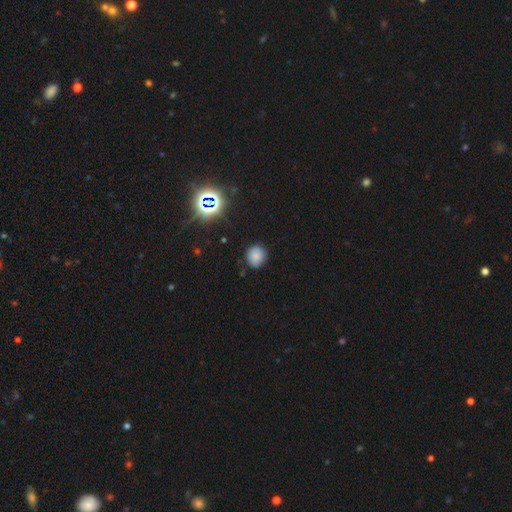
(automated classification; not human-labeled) smooth-or-featured: smooth: 76% | star or artifact: 15% | featured or disk: 9%
  how-rounded: round: 84% | in between: 15% | cigar-shaped: 1%
  merging: none: 83% | minor disturbance: 13% | major disturbance: 3% | merger: 1%